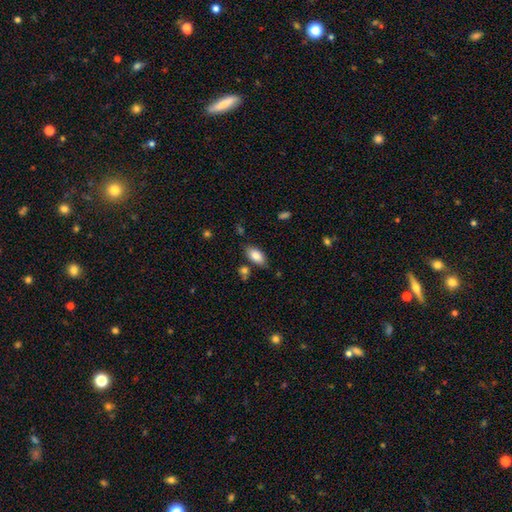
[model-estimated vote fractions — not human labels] Smooth or featured? smooth (84%)
How rounded? in between (92%)
Merging? none (79%)